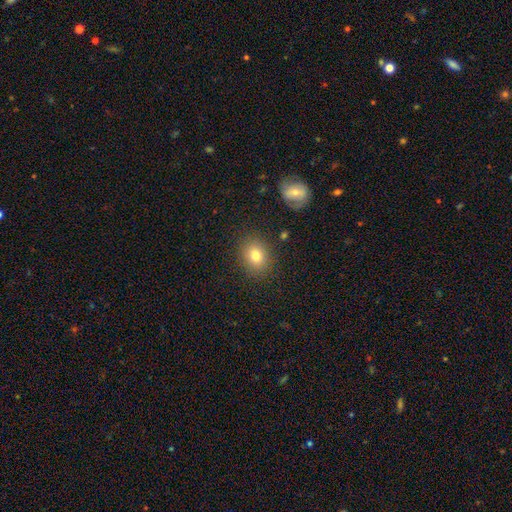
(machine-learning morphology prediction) This appears to be a smooth galaxy with no disk features (78%) that is round (55%). Merging: none (85%).